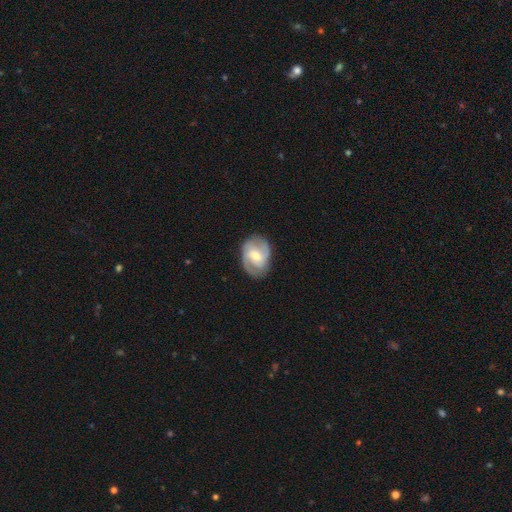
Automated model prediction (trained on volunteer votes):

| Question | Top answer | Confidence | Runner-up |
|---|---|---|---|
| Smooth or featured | featured or disk | 76% | smooth (19%) |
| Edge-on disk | no | 97% | yes (3%) |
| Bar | weak | 51% | no (27%) |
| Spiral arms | yes | 92% | no (8%) |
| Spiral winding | medium | 49% | tight (34%) |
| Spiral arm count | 2 | 74% | can't tell (10%) |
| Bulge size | moderate | 53% | small (39%) |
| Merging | none | 79% | minor disturbance (15%) |